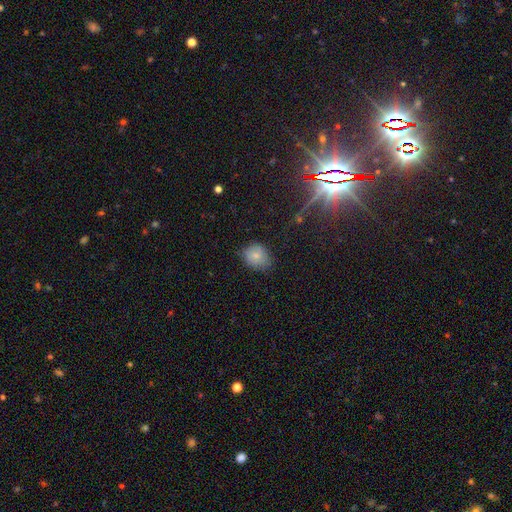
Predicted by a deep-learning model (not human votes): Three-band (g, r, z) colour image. It shows a smooth galaxy with no disk features (75%) that is round (59%). Merging: none (68%).